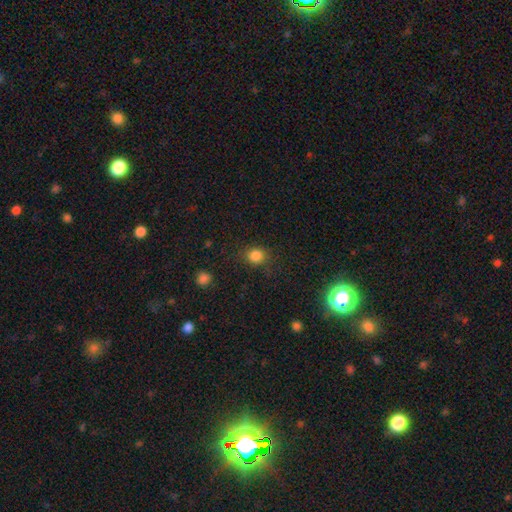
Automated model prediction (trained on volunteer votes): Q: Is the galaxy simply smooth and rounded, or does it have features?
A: smooth — 83%.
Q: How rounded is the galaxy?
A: round — 80%.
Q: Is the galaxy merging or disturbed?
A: none — 82%.